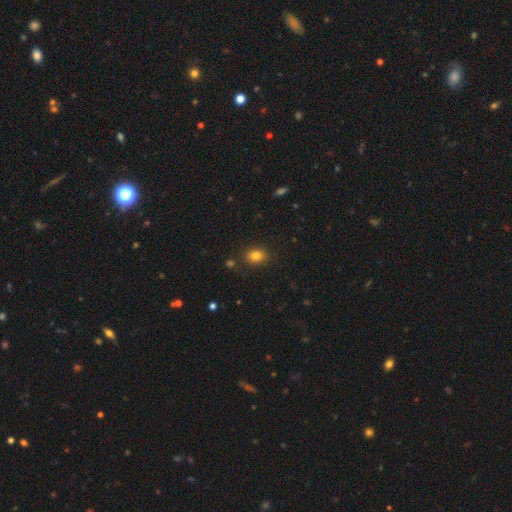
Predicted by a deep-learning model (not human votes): Q: Smooth or featured?
A: smooth (80%); runner-up: star or artifact (13%)
Q: How rounded?
A: in between (54%); runner-up: round (45%)
Q: Merging?
A: none (84%); runner-up: minor disturbance (10%)